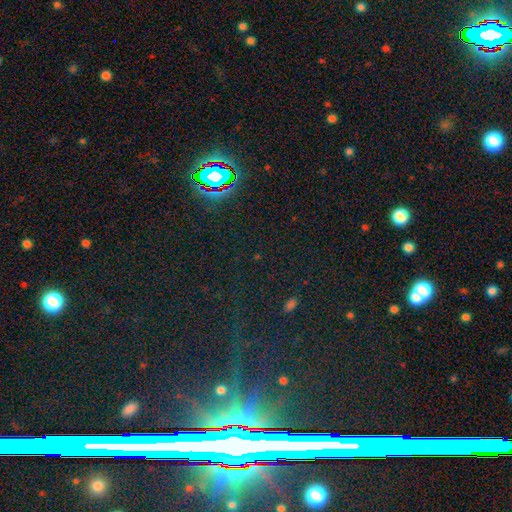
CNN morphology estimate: Smooth or featured? star or artifact (82%)